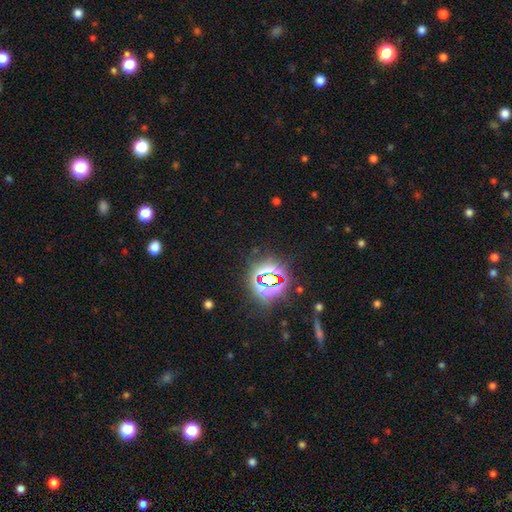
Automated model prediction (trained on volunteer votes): This is clearly a star or artifact rather than a galaxy (80%).